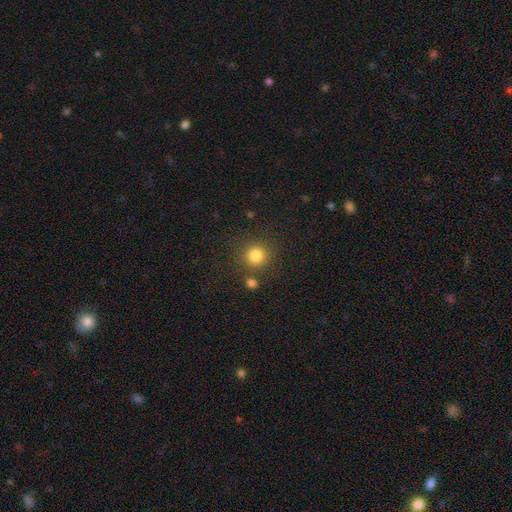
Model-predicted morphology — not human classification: Smooth or featured? smooth (83%)
How rounded? round (92%)
Merging? none (81%)